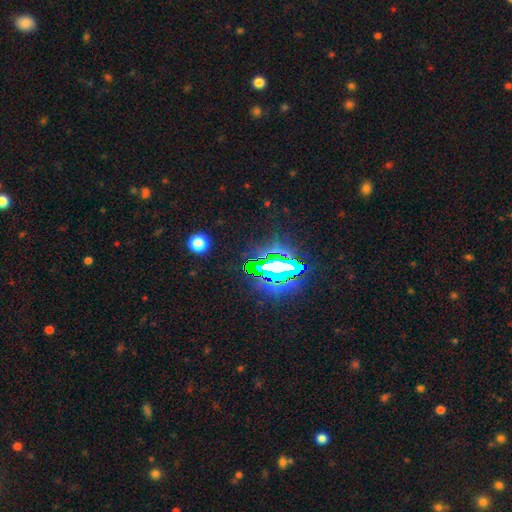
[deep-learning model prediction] Smooth or featured: star or artifact — 81% (smooth — 11%)